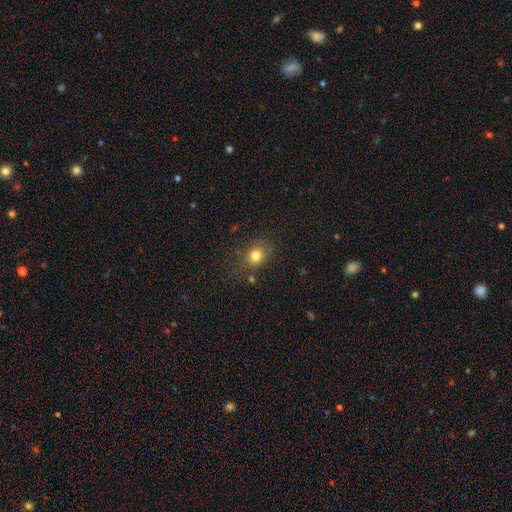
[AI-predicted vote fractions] Overall: smooth (78%). How rounded: round (62%; in between 37%). Merging: none (71%).